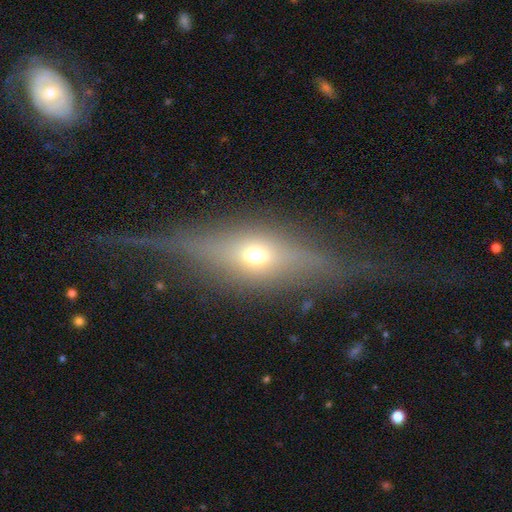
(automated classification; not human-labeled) Smooth or featured? featured or disk (52%)
Edge-on disk? yes (80%)
Merging? none (73%)